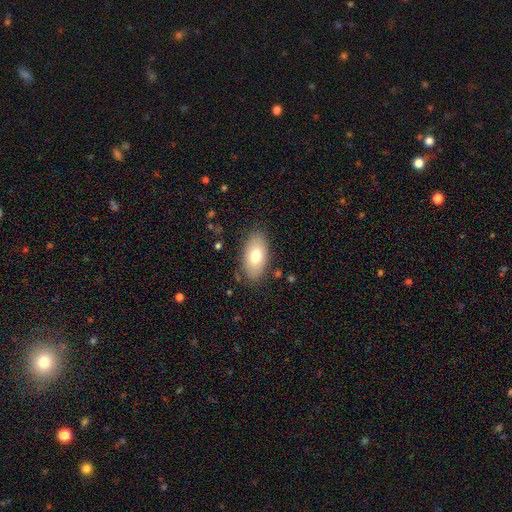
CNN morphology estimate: Smooth or featured? smooth (72%)
How rounded? in between (92%)
Merging? none (82%)